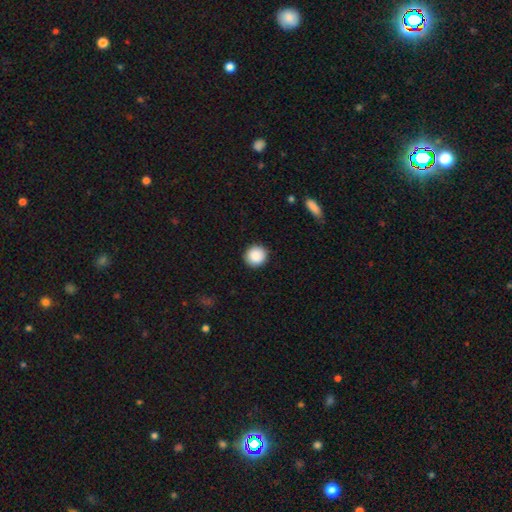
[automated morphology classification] Smooth or featured? Predicted: smooth (p=0.89). How rounded? Predicted: round (p=0.93). Merging? Predicted: none (p=0.91).